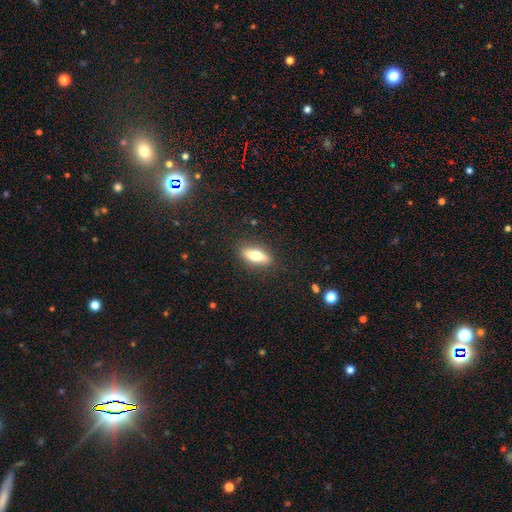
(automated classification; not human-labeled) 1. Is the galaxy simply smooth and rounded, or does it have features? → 62% smooth, 31% featured or disk, 7% star or artifact.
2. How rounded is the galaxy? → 62% in between, 35% cigar-shaped, 4% round.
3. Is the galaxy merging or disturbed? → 86% none, 10% minor disturbance, 3% major disturbance, 1% merger.